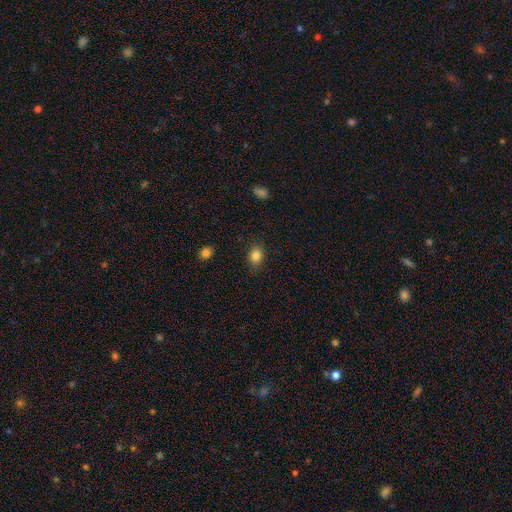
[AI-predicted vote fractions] smooth_or_featured: smooth (p=0.84) [alt: star or artifact p=0.11]
how_rounded: in between (p=0.55) [alt: round p=0.44]
merging: none (p=0.84) [alt: minor disturbance p=0.12]